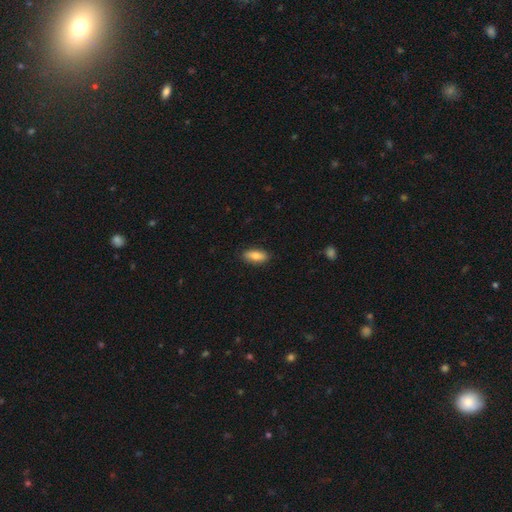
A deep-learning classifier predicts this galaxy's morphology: smooth-or-featured: smooth: 82% | featured or disk: 11% | star or artifact: 6%
  how-rounded: in between: 78% | cigar-shaped: 20% | round: 2%
  merging: none: 88% | minor disturbance: 9% | major disturbance: 2% | merger: 1%